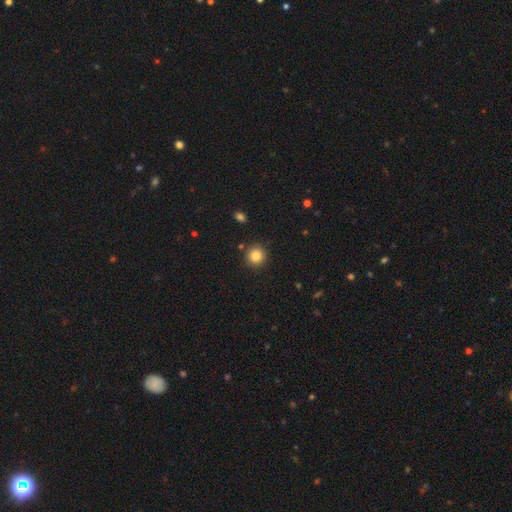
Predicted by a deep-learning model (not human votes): This is clearly a smooth galaxy (84%). How rounded: clearly round (93%). Merging: clearly none (89%).